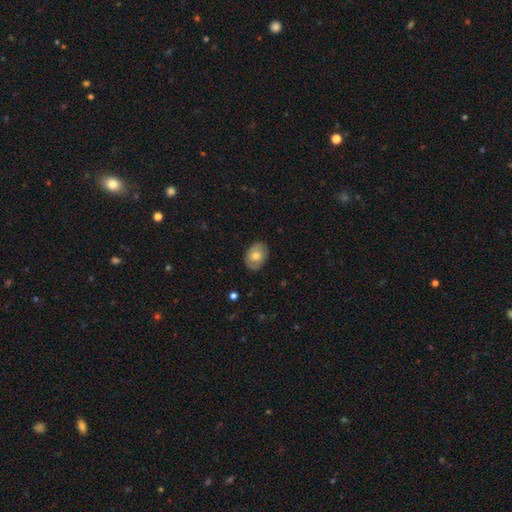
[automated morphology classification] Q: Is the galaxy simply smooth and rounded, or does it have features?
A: smooth — 66%.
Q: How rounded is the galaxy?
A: in between — 74%.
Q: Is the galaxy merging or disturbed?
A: none — 81%.